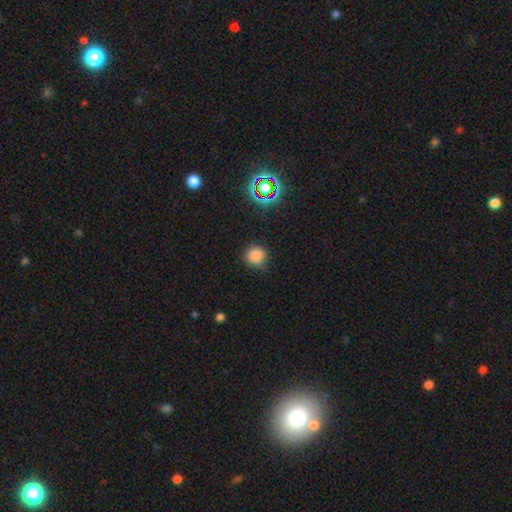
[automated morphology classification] Smooth or featured: smooth — 80% (star or artifact — 16%)
How rounded: round — 91% (in between — 8%)
Merging: none — 82% (minor disturbance — 14%)